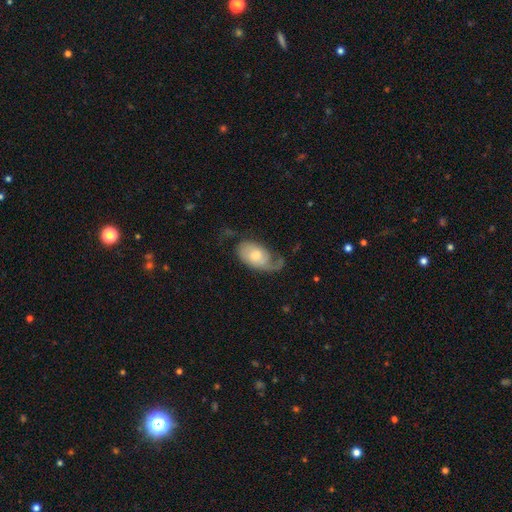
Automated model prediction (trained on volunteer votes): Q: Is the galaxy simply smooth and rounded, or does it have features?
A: featured or disk — 49%.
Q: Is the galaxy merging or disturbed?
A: none — 35%.